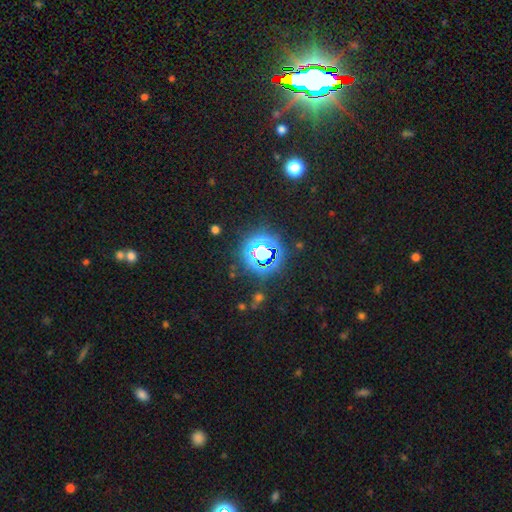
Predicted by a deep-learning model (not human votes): This is likely a star or artifact rather than a galaxy (77%).